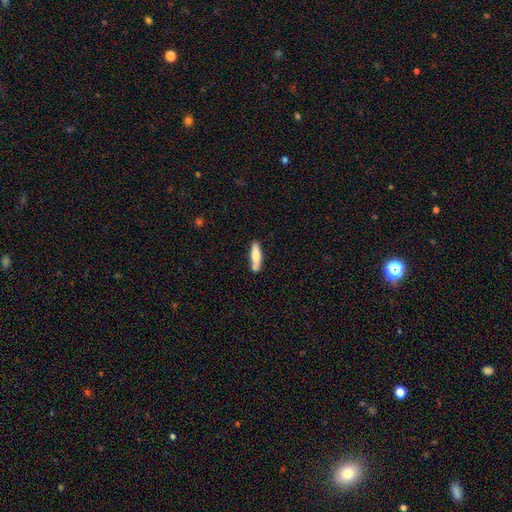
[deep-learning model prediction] Smooth or featured: smooth — 70% (featured or disk — 25%)
How rounded: cigar-shaped — 73% (in between — 25%)
Merging: none — 69% (minor disturbance — 16%)